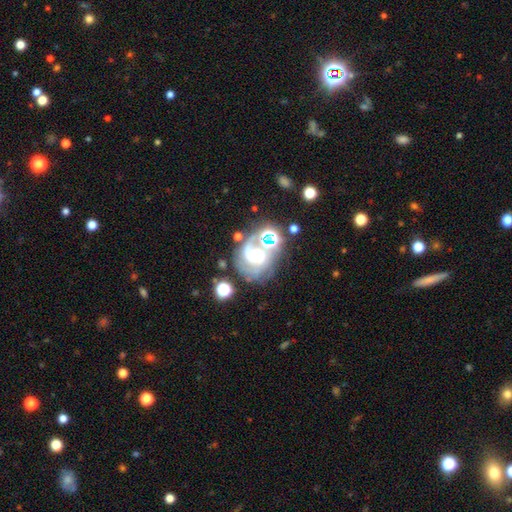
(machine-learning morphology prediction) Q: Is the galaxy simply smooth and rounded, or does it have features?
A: featured or disk — 76%.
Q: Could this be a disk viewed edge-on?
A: no — 98%.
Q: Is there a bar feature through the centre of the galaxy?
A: no — 42%.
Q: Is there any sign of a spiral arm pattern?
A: yes — 92%.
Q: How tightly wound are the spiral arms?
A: medium — 49%.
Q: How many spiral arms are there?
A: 2 — 55%.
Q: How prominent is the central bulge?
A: moderate — 42%.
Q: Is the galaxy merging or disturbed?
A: none — 49%.